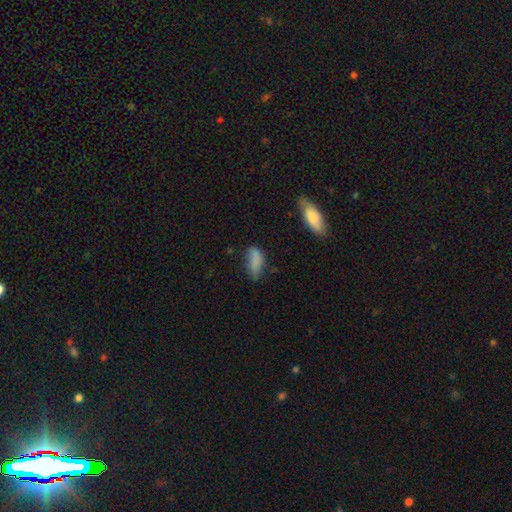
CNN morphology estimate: Smooth or featured? smooth (81%)
How rounded? in between (79%)
Merging? none (56%)